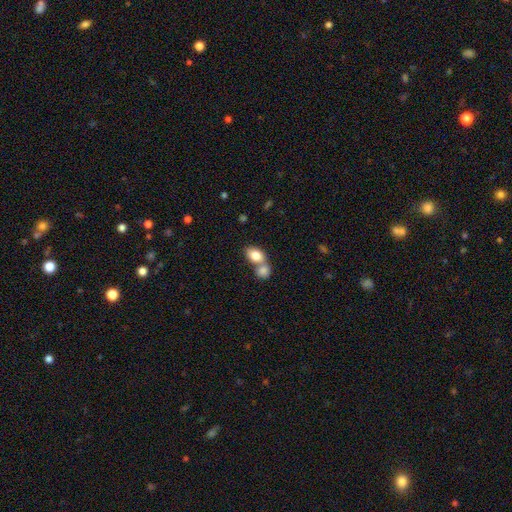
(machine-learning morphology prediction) This is clearly a smooth galaxy (82%). How rounded: likely in between (73%). Merging: likely merger (60%).